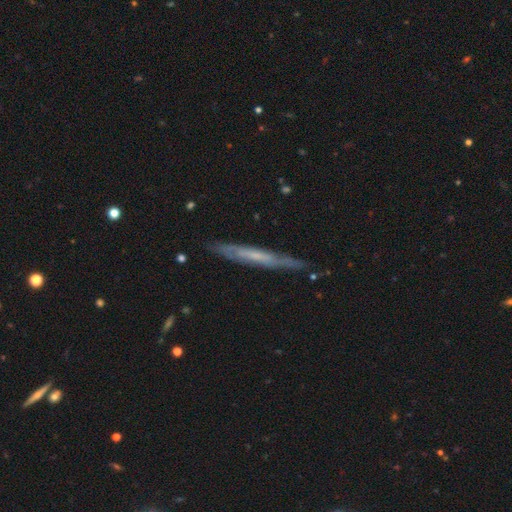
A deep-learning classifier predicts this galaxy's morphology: Overall: featured or disk (62%; smooth 31%). Edge-on disk: yes (85%). Edge-on bulge: none (74%). Merging: none (81%).